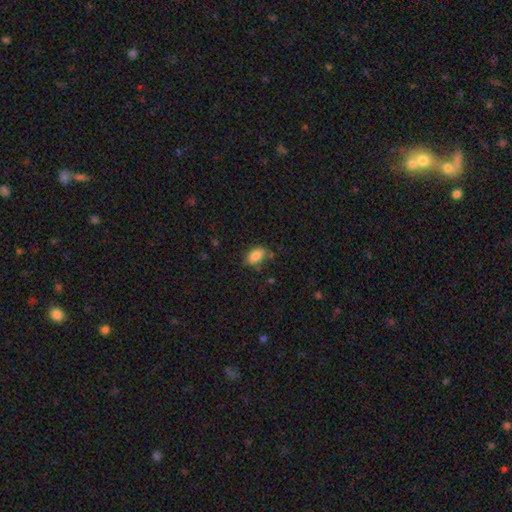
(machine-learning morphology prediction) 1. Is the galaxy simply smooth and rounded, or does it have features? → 82% smooth, 10% featured or disk, 8% star or artifact.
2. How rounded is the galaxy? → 89% in between, 6% round, 5% cigar-shaped.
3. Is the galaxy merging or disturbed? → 69% none, 21% minor disturbance, 5% major disturbance, 5% merger.